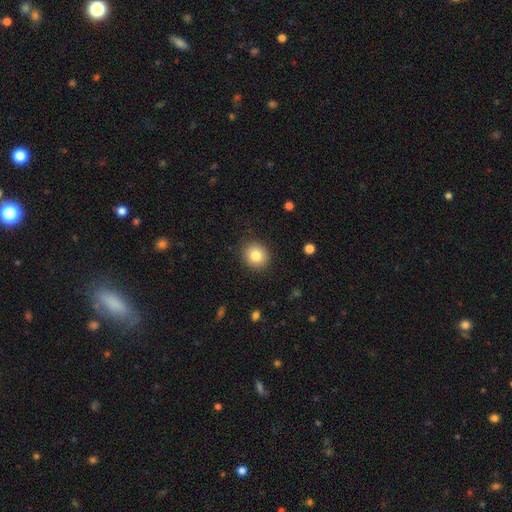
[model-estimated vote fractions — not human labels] Overall: smooth (82%). How rounded: round (83%). Merging: none (89%).